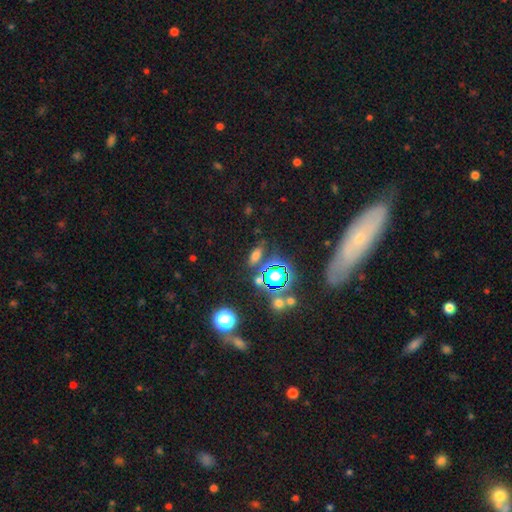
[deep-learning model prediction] Smooth or featured?
  - smooth: 57% *
  - star or artifact: 31%
  - featured or disk: 12%
How rounded?
  - in between: 65% *
  - cigar-shaped: 22%
  - round: 13%
Merging?
  - none: 76% *
  - minor disturbance: 12%
  - merger: 7%
  - major disturbance: 5%